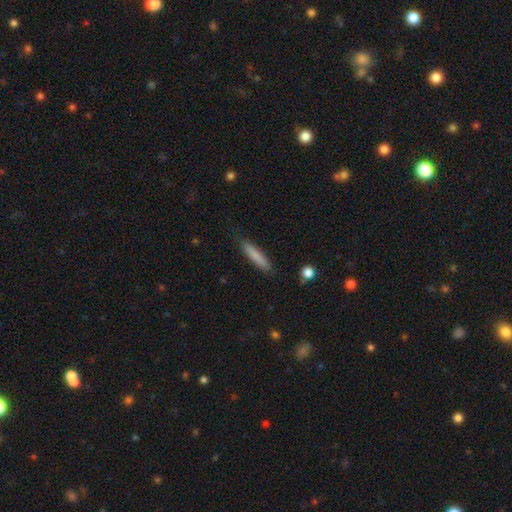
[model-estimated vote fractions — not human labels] smooth 81%, featured or disk 12%, star or artifact 6%. Down the decision tree: how rounded — cigar-shaped (88%); merging — none (86%).